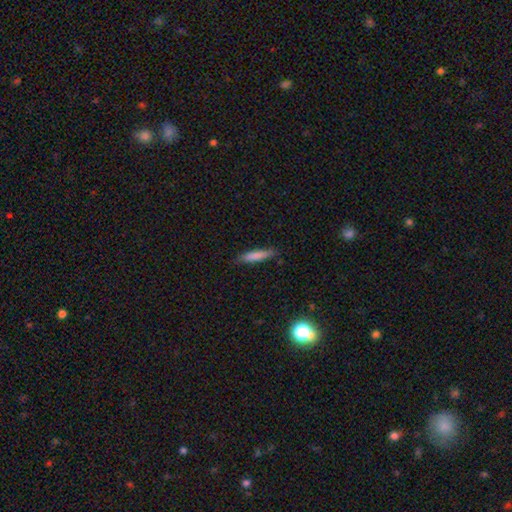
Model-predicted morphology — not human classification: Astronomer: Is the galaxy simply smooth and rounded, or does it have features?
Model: smooth — 81%.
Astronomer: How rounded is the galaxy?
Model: cigar-shaped — 84%.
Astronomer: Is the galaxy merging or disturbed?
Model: none — 83%.